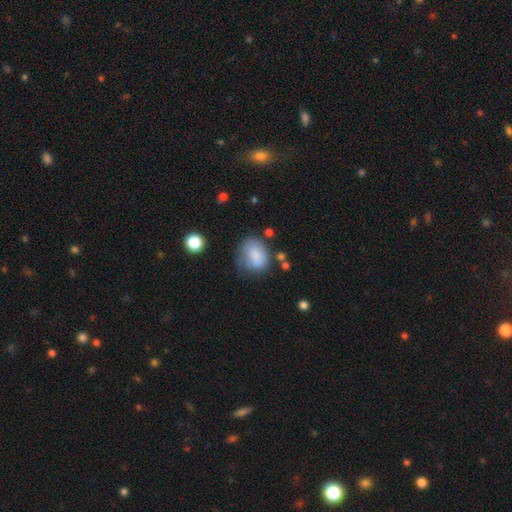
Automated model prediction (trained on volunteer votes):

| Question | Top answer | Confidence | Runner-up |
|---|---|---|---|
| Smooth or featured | smooth | 78% | featured or disk (13%) |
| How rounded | in between | 56% | round (43%) |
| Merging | none | 49% | minor disturbance (30%) |